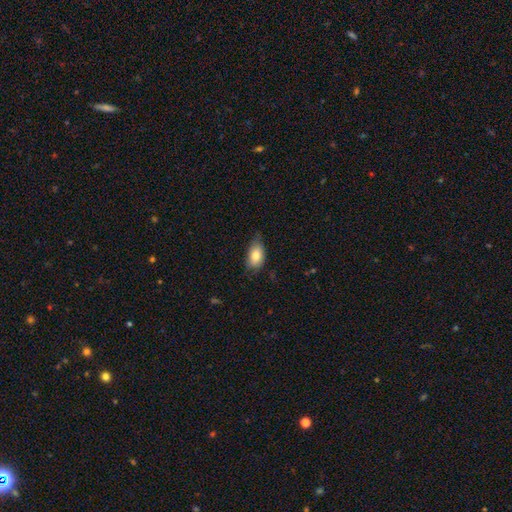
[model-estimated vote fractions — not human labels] smooth_or_featured: smooth (p=0.81) [alt: featured or disk p=0.12]
how_rounded: in between (p=0.90) [alt: round p=0.07]
merging: none (p=0.61) [alt: minor disturbance p=0.32]